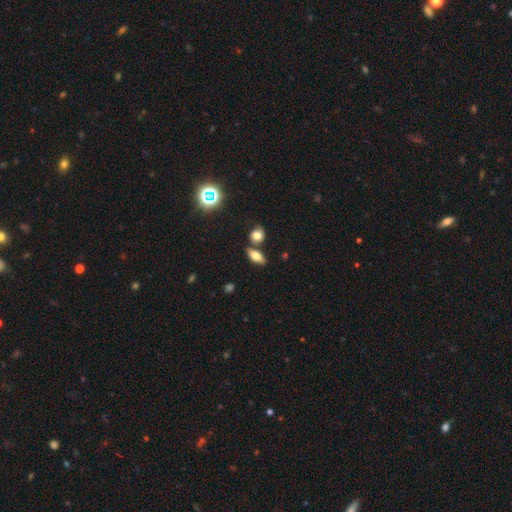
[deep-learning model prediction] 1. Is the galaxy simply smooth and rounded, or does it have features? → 64% smooth, 24% featured or disk, 12% star or artifact.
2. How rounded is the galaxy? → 70% in between, 21% cigar-shaped, 9% round.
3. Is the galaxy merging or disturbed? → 71% none, 15% merger, 11% minor disturbance, 3% major disturbance.